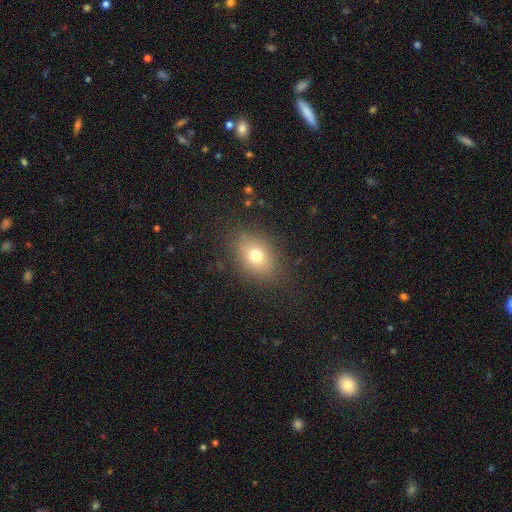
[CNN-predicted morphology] This appears to be a smooth galaxy with no disk features (74%) that is in between round and cigar-shaped (67%). Merging: none (83%).